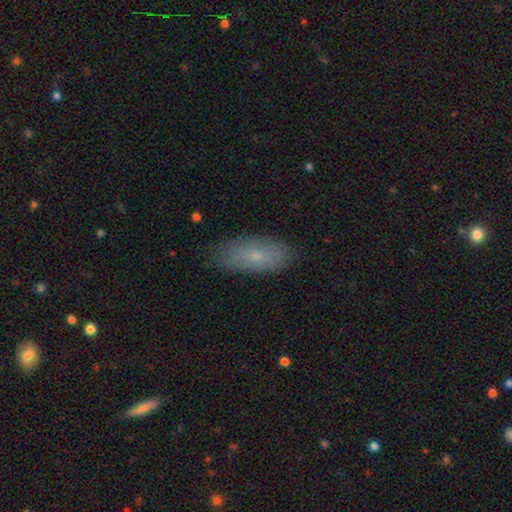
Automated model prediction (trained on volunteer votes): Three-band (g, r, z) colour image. It shows a smooth galaxy with no disk features (69%) that is in between round and cigar-shaped (79%). Merging: none (80%).